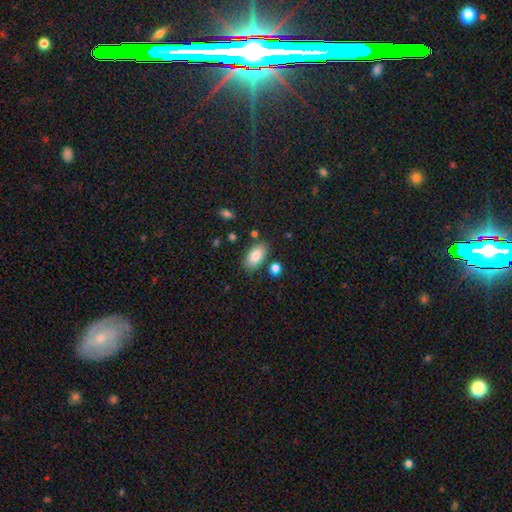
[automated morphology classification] Smooth or featured? smooth (83%)
How rounded? in between (93%)
Merging? none (80%)